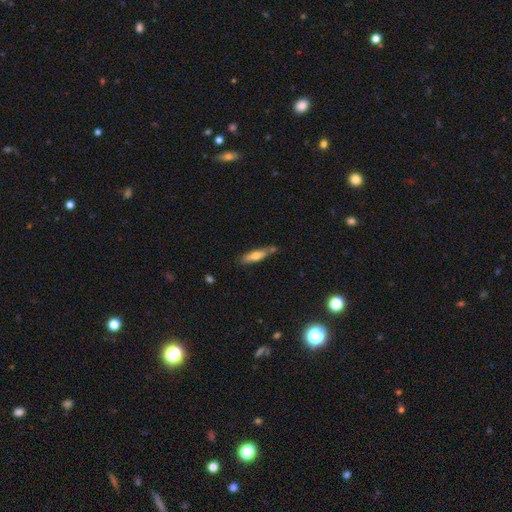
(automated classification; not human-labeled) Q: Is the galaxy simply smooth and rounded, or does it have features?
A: smooth — 59%.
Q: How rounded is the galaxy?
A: cigar-shaped — 75%.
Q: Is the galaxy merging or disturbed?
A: none — 69%.